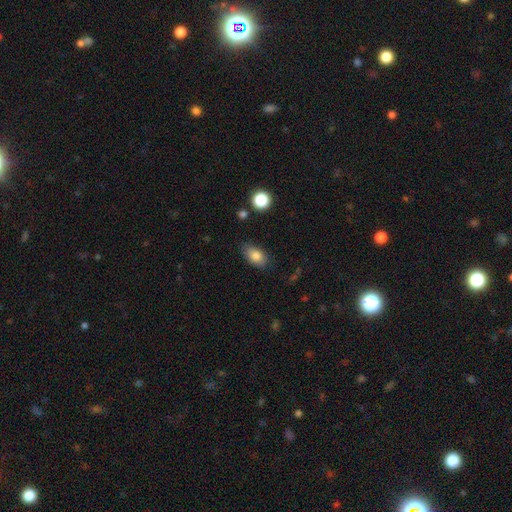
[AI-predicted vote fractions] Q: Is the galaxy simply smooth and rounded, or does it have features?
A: smooth — 81%.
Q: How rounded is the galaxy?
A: in between — 87%.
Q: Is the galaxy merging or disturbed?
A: none — 76%.